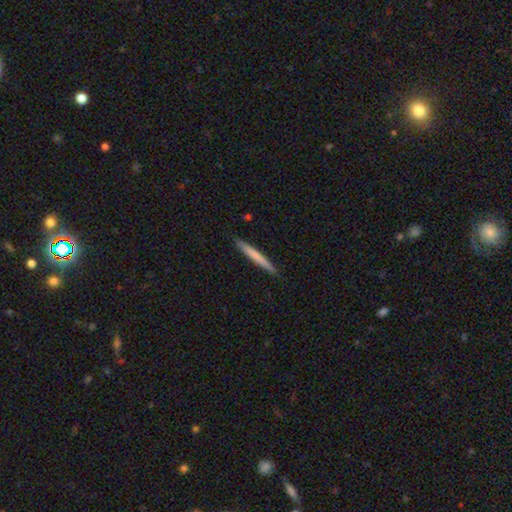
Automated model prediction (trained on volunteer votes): Smooth or featured? smooth (65%)
How rounded? cigar-shaped (97%)
Merging? none (91%)